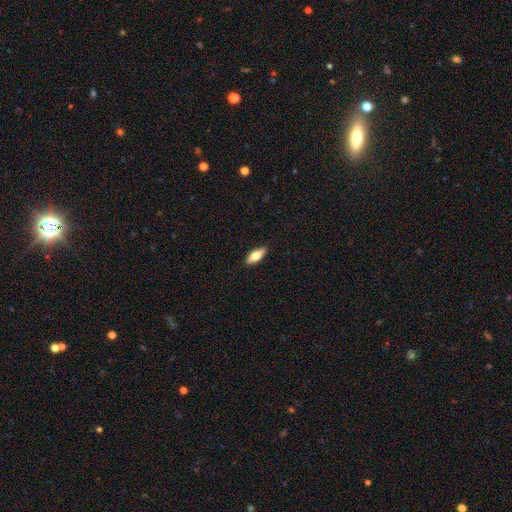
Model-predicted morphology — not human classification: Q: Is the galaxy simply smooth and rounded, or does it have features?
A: smooth — 65%.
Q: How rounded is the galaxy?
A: in between — 72%.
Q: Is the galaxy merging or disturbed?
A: none — 89%.